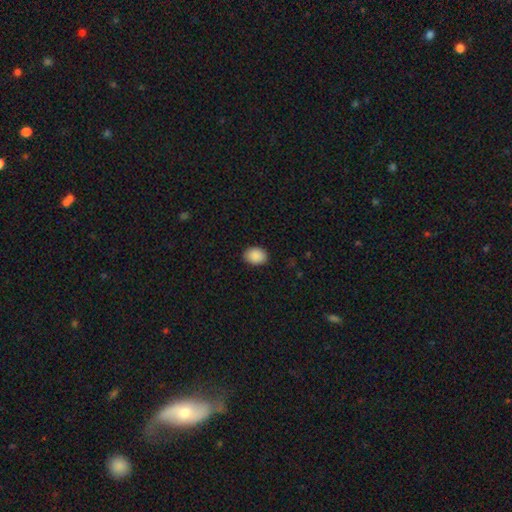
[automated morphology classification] Q: Smooth or featured?
A: smooth (90%); runner-up: star or artifact (7%)
Q: How rounded?
A: in between (67%); runner-up: round (32%)
Q: Merging?
A: none (88%); runner-up: minor disturbance (9%)